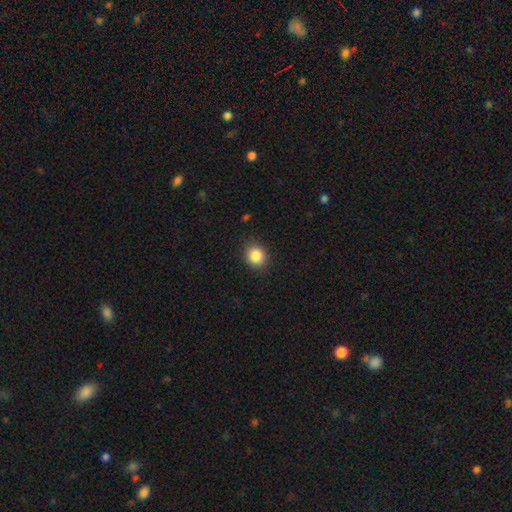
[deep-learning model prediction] This is clearly a smooth galaxy (86%). How rounded: likely round (71%). Merging: clearly none (88%).